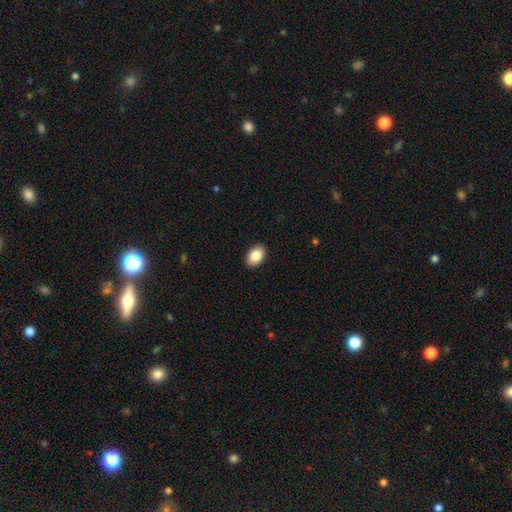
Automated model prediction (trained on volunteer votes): Morphology: type=smooth (87%); roundness=in between (86%); merging=none (91%).